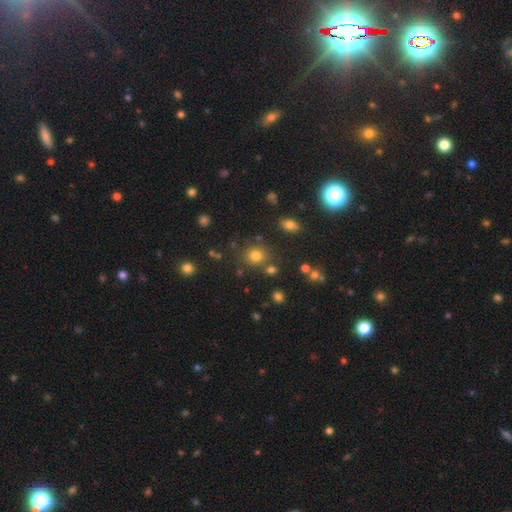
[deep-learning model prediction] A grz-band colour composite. It shows a smooth galaxy with no disk features (76%) that is round (77%). Merging: none (75%).